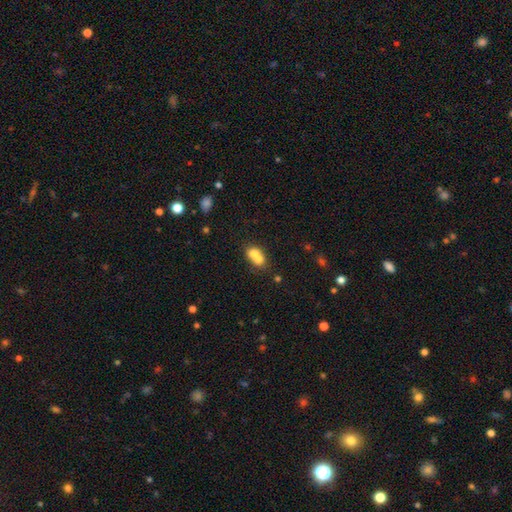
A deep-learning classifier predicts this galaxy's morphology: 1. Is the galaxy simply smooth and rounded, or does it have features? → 69% smooth, 22% featured or disk, 10% star or artifact.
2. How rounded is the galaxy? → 50% round, 48% in between, 2% cigar-shaped.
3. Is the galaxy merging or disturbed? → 68% merger, 23% none, 6% minor disturbance, 3% major disturbance.